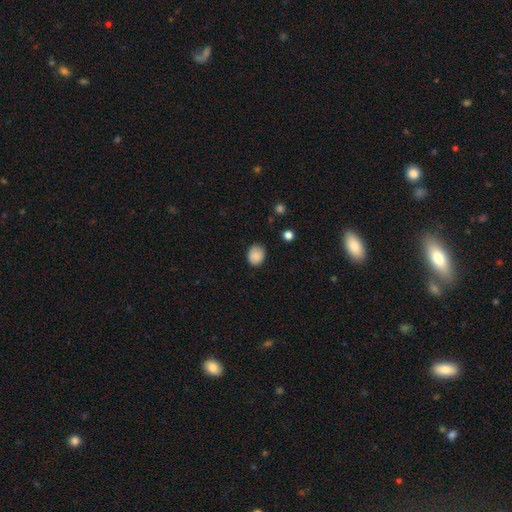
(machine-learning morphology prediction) smooth-or-featured: smooth: 86% | star or artifact: 8% | featured or disk: 6%
  how-rounded: round: 52% | in between: 47% | cigar-shaped: 1%
  merging: none: 78% | minor disturbance: 18% | major disturbance: 3% | merger: 1%